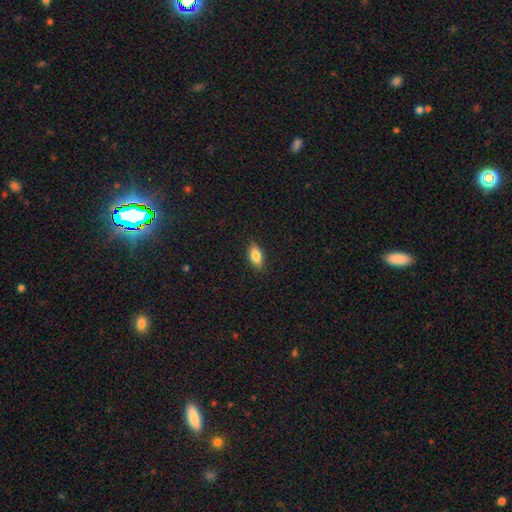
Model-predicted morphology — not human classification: smooth 81%, featured or disk 11%, star or artifact 7%. Down the decision tree: how rounded — in between (86%); merging — none (87%).